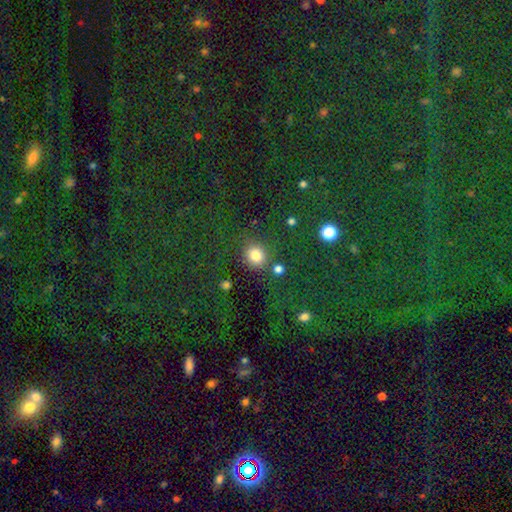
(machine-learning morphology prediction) Smooth or featured?
  - smooth: 79% *
  - star or artifact: 15%
  - featured or disk: 6%
How rounded?
  - round: 84% *
  - in between: 15%
  - cigar-shaped: 1%
Merging?
  - none: 75% *
  - minor disturbance: 11%
  - merger: 8%
  - major disturbance: 6%